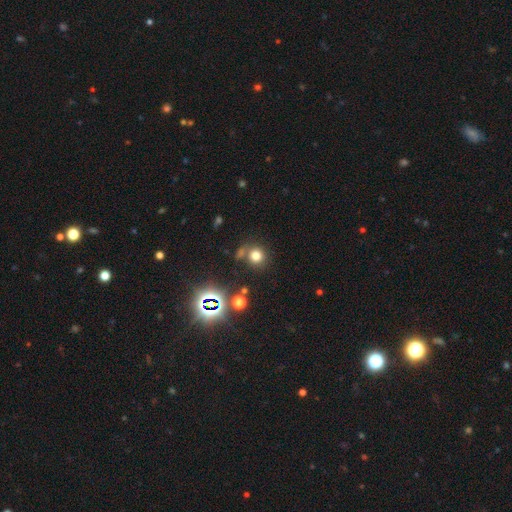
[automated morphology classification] A smooth galaxy with no disk features (71%) that is round (88%).

Vote fractions:
- Smooth or featured? smooth: 71% / star or artifact: 21% / featured or disk: 8%
- How rounded? round: 88% / in between: 11% / cigar-shaped: 1%
- Merging? none: 72% / merger: 14% / minor disturbance: 10% / major disturbance: 5%